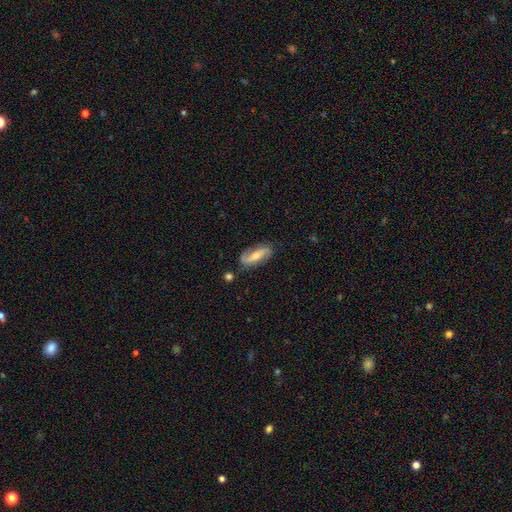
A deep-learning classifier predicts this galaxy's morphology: This appears to be a featured or disk galaxy (67%) with no bar (35%), 2 (88%) loose (58%) spiral arms (90%) and a moderate central bulge (47%). Merging: none (74%).